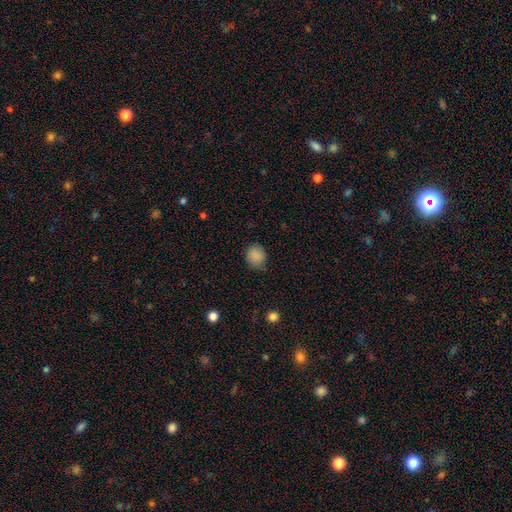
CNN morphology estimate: smooth-or-featured: smooth: 87% | star or artifact: 9% | featured or disk: 3%
  how-rounded: round: 84% | in between: 15% | cigar-shaped: 1%
  merging: none: 79% | minor disturbance: 17% | major disturbance: 3% | merger: 1%